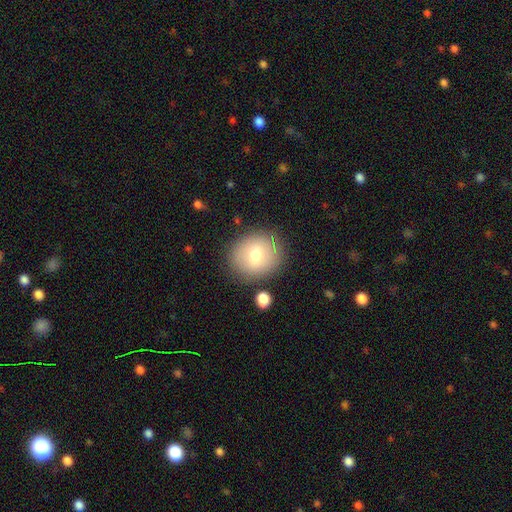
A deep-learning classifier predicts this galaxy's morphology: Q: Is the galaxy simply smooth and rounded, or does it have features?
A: smooth — 69%.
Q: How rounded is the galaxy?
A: round — 76%.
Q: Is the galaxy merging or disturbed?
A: none — 80%.